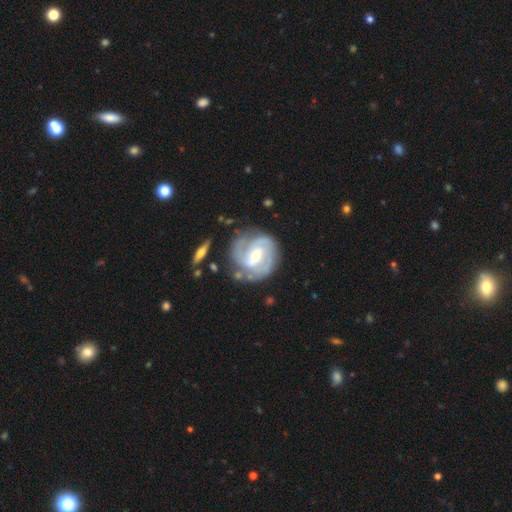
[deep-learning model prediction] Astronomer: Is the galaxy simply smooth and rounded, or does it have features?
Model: featured or disk — 87%.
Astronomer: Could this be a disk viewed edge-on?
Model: no — 98%.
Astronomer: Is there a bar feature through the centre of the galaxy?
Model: weak — 47% (runner-up: no, 36%).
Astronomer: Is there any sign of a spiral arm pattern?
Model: yes — 96%.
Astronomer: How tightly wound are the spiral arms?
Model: tight — 52% (runner-up: medium, 39%).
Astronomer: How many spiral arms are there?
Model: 2 — 46% (runner-up: 3, 29%).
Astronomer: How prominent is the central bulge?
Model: moderate — 58% (runner-up: small, 38%).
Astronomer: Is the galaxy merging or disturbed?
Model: none — 71%.